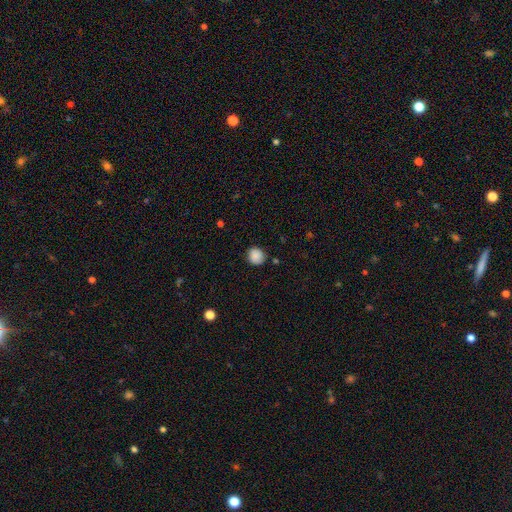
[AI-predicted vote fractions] The model was most divided on "merging": none: 85%, minor disturbance: 11%, major disturbance: 3%, merger: 2%. More confident: how rounded — round (89%); smooth or featured — smooth (88%).